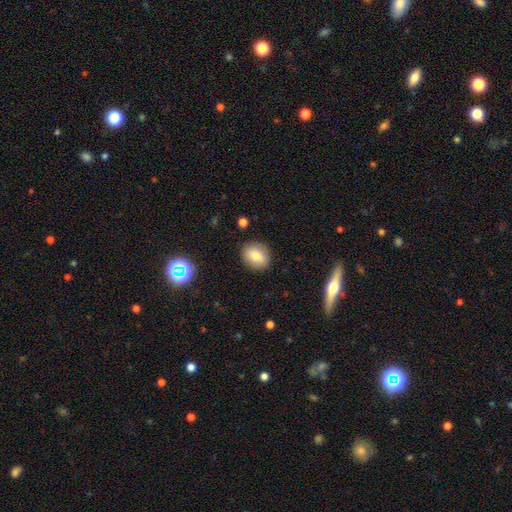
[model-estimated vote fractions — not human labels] Morphology: type=smooth (78%); roundness=round (59%); merging=none (87%).